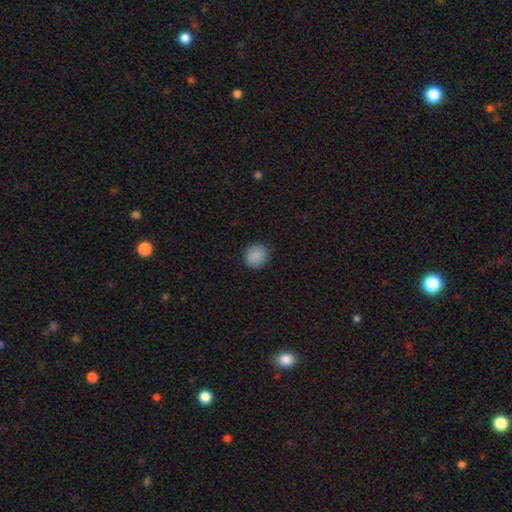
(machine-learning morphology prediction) Q: Smooth or featured?
A: smooth (88%); runner-up: star or artifact (9%)
Q: How rounded?
A: round (87%); runner-up: in between (12%)
Q: Merging?
A: none (90%); runner-up: minor disturbance (7%)